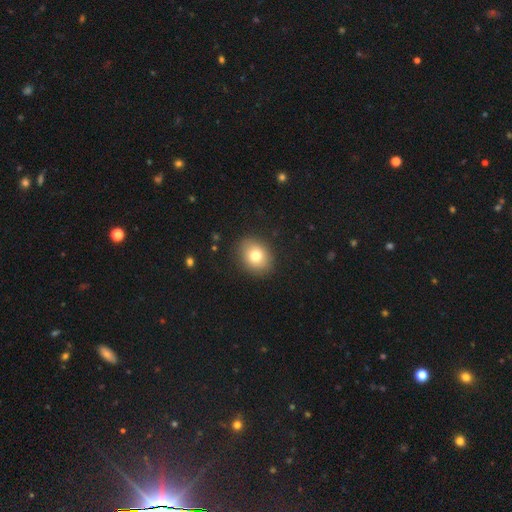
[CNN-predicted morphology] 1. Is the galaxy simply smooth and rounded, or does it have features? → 78% smooth, 12% featured or disk, 10% star or artifact.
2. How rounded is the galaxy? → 51% round, 48% in between, 1% cigar-shaped.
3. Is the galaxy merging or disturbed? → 88% none, 8% minor disturbance, 3% major disturbance, 1% merger.